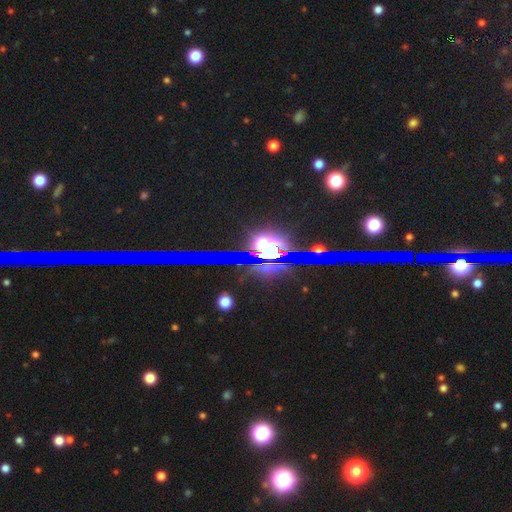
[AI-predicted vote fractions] The model was most divided on "smooth or featured": star or artifact: 78%, featured or disk: 13%, smooth: 9%.